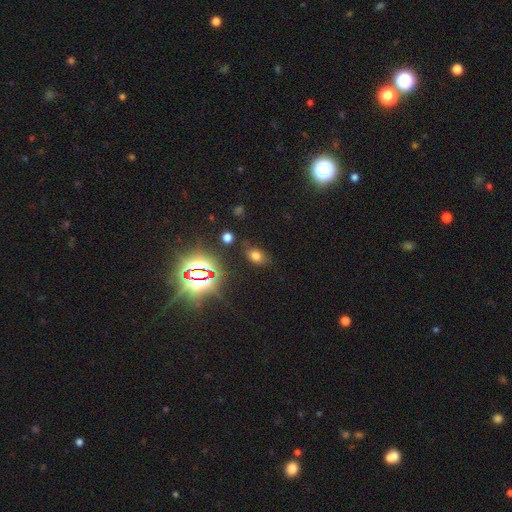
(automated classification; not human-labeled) Morphology: type=smooth (62%); roundness=in between (79%); merging=none (76%).